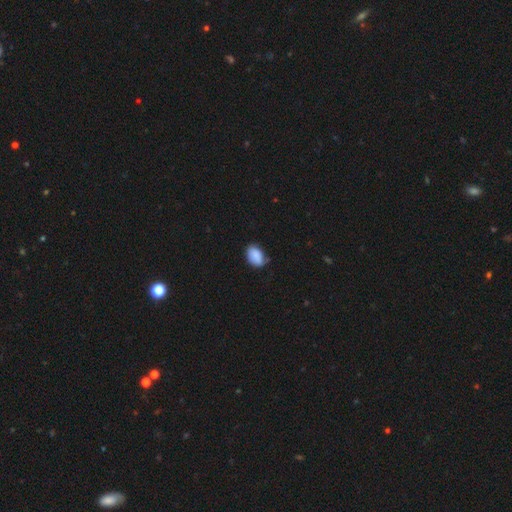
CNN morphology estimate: The model was most divided on "merging": none: 60%, minor disturbance: 32%, major disturbance: 6%, merger: 2%. More confident: smooth or featured — smooth (87%); how rounded — in between (86%).